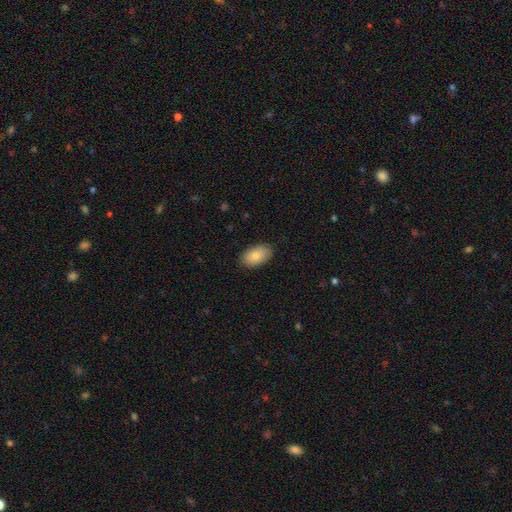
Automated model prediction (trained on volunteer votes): Morphology: type=smooth (81%); roundness=in between (93%); merging=none (88%).